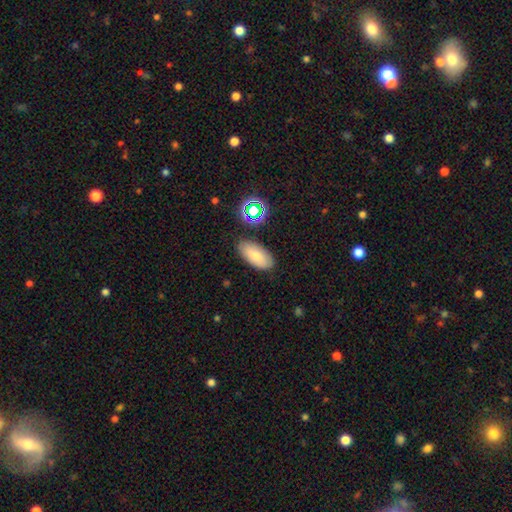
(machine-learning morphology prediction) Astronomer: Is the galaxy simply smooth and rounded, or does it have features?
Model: smooth — 75%.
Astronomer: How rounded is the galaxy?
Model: in between — 92%.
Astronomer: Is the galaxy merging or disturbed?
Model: none — 82%.